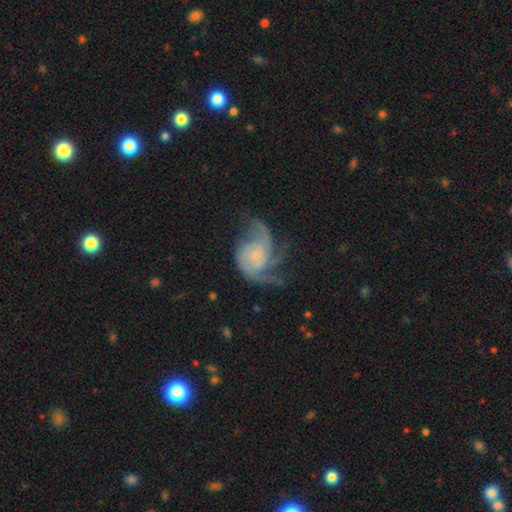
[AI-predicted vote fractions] Morphology: type=featured or disk (87%); edge-on=no (98%); bar=no (73%); spiral arms=yes (97%); winding=medium (48%); arm count=3 (39%); bulge=small (77%); merging=none (52%).